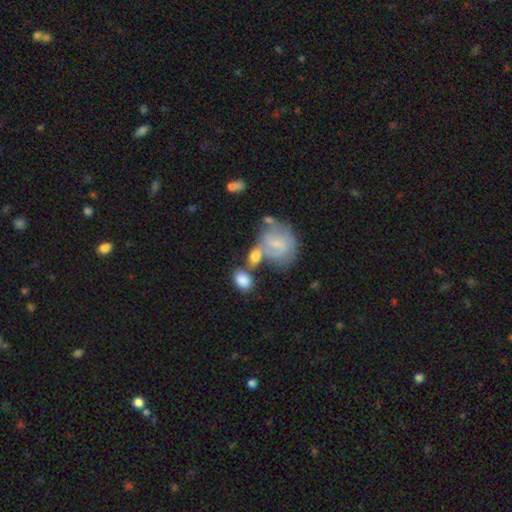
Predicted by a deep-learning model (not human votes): The model was most divided on "merging": none: 37%, merger: 35%, minor disturbance: 17%, major disturbance: 10%. Remaining: smooth or featured — featured or disk (48%).